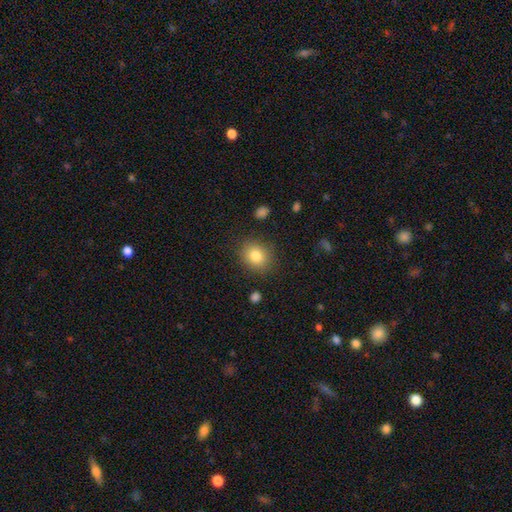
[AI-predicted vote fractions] The model was most divided on "how rounded": round: 66%, in between: 33%, cigar-shaped: 1%. More confident: merging — none (86%); smooth or featured — smooth (82%).